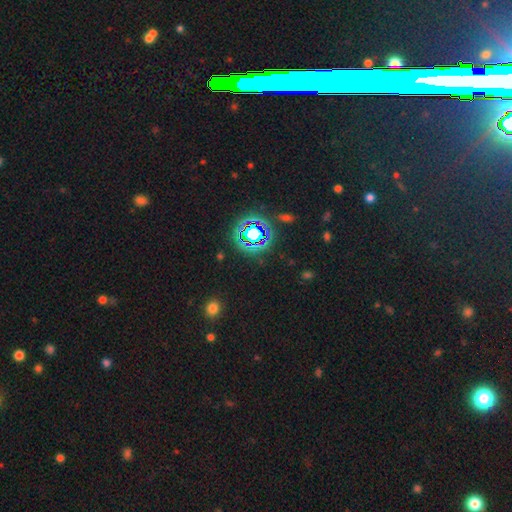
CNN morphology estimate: smooth_or_featured: star or artifact (p=0.73) [alt: smooth p=0.16]